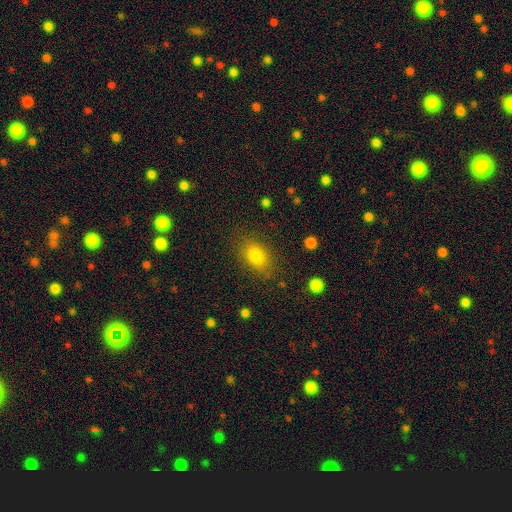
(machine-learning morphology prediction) type=smooth (80%); roundness=in between (79%); merging=none (81%).